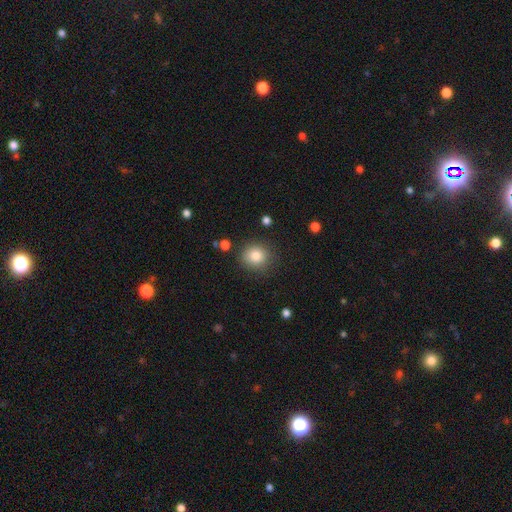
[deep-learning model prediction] A smooth galaxy with no disk features (83%) that is round (84%).

Vote fractions:
- Smooth or featured? smooth: 83% / star or artifact: 10% / featured or disk: 7%
- How rounded? round: 84% / in between: 15% / cigar-shaped: 1%
- Merging? none: 83% / minor disturbance: 11% / major disturbance: 4% / merger: 2%